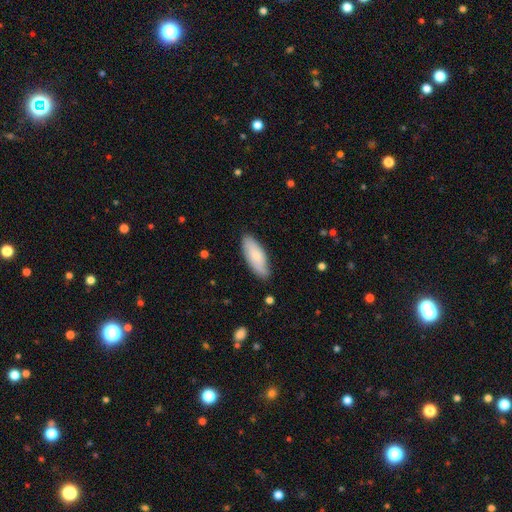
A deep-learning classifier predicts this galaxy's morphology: type=smooth (67%); roundness=in between (76%); merging=none (80%).